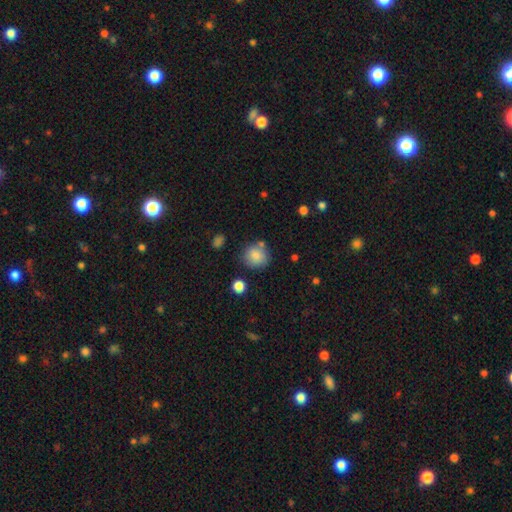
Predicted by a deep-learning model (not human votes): Smooth or featured? smooth (84%)
How rounded? round (86%)
Merging? none (75%)